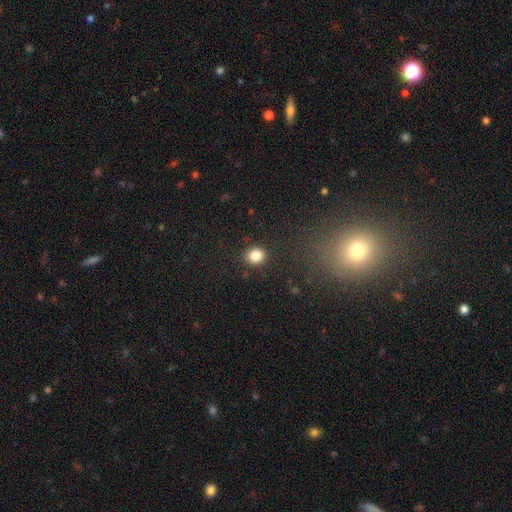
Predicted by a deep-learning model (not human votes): smooth 84%, star or artifact 11%, featured or disk 5%. Down the decision tree: how rounded — round (84%); merging — none (89%).